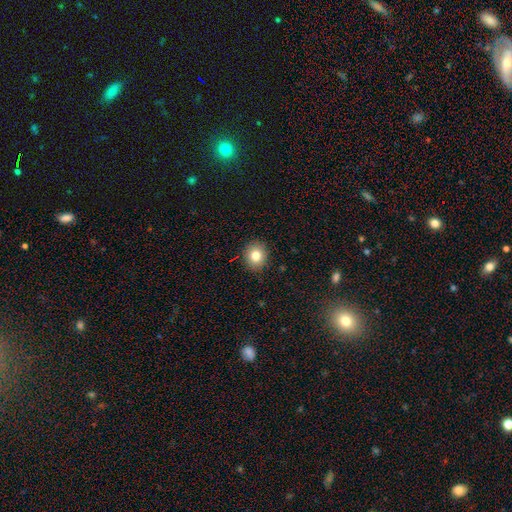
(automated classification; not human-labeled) smooth-or-featured: smooth: 80% | star or artifact: 11% | featured or disk: 9%
  how-rounded: round: 74% | in between: 25% | cigar-shaped: 1%
  merging: none: 89% | minor disturbance: 8% | major disturbance: 2% | merger: 1%